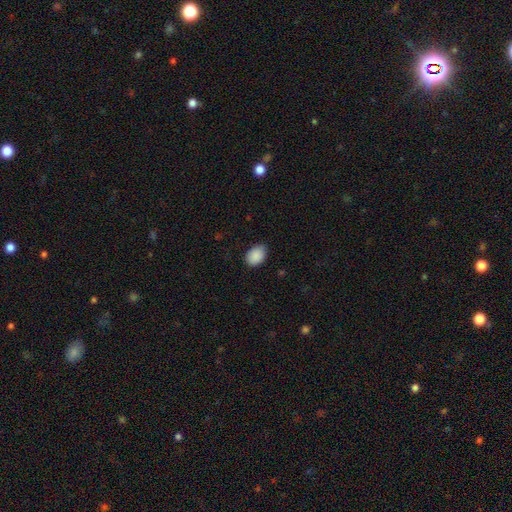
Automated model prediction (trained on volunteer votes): The model was most divided on "how rounded": in between: 80%, round: 19%, cigar-shaped: 1%. More confident: smooth or featured — smooth (90%); merging — none (80%).